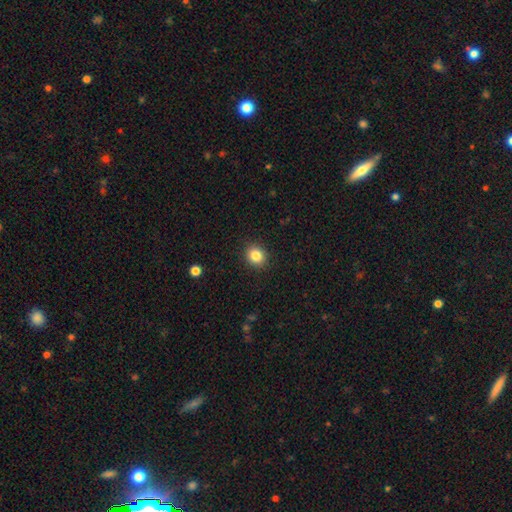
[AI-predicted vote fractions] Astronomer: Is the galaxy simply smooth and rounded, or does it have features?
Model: smooth — 85%.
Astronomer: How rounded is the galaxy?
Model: round — 79%.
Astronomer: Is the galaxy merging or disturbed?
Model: none — 91%.